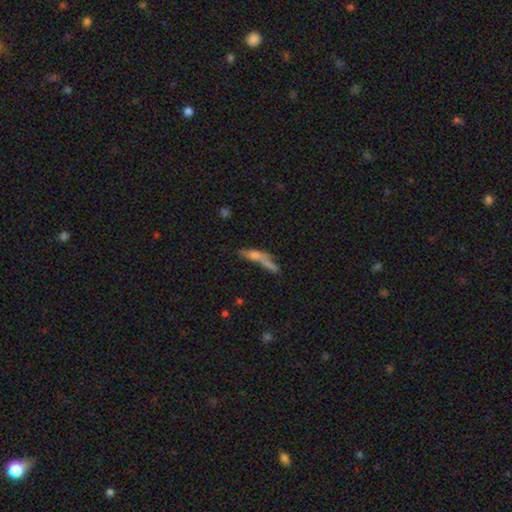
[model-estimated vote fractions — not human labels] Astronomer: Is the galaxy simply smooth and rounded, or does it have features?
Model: smooth — 48% (runner-up: featured or disk, 39%).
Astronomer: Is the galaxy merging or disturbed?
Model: none — 44% (runner-up: merger, 24%).